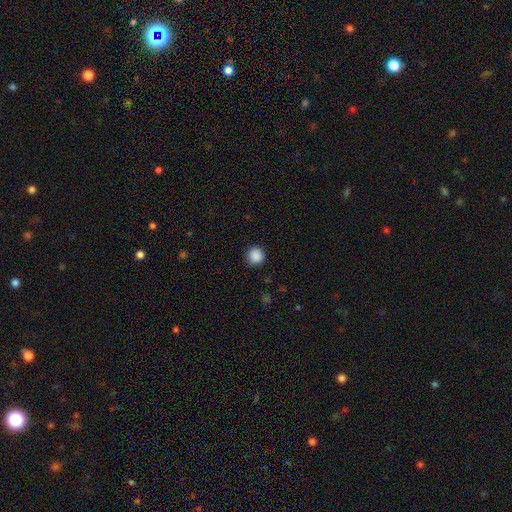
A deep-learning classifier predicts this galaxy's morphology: A smooth galaxy with no disk features (88%) that is round (94%).

Vote fractions:
- Smooth or featured? smooth: 88% / star or artifact: 9% / featured or disk: 2%
- How rounded? round: 94% / in between: 5% / cigar-shaped: 1%
- Merging? none: 90% / minor disturbance: 7% / major disturbance: 2% / merger: 1%